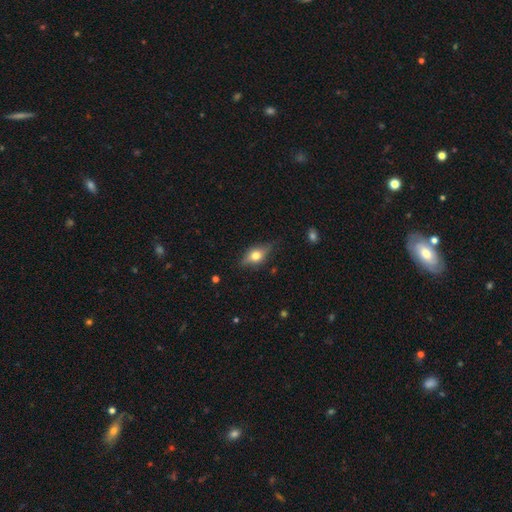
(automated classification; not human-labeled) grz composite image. It shows a smooth galaxy with no disk features (55%) that is in between round and cigar-shaped (76%). Merging: none (77%).